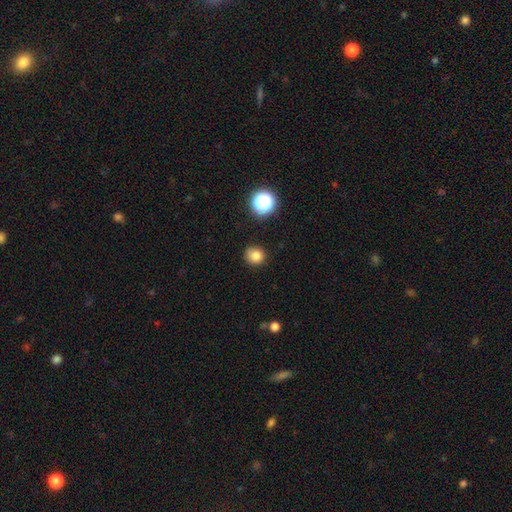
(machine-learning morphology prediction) Q: Smooth or featured?
A: smooth (81%); runner-up: star or artifact (14%)
Q: How rounded?
A: round (88%); runner-up: in between (11%)
Q: Merging?
A: none (86%); runner-up: minor disturbance (10%)